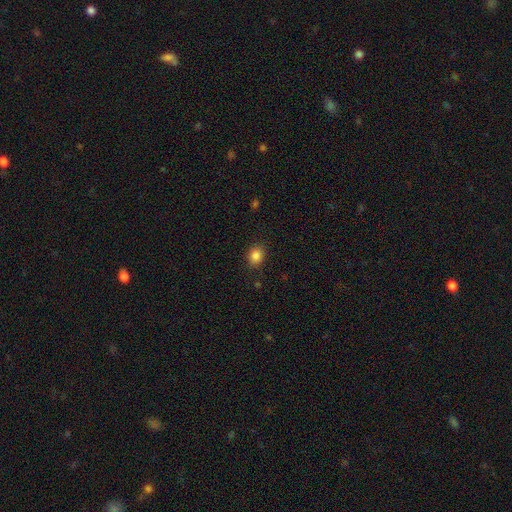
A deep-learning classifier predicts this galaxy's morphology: This is clearly a smooth galaxy (85%). How rounded: possibly round (59%). Merging: clearly none (87%).